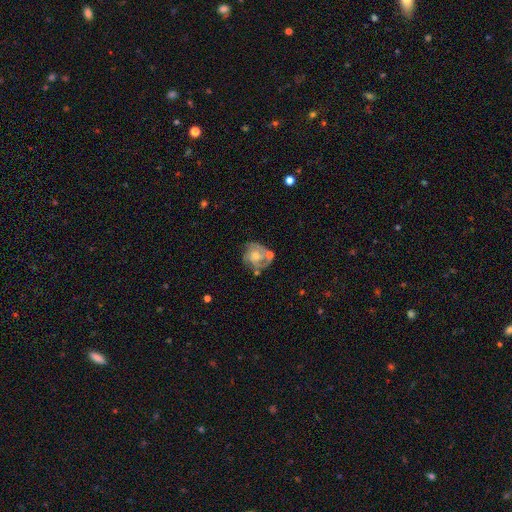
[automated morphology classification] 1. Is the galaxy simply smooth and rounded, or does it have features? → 74% featured or disk, 18% smooth, 7% star or artifact.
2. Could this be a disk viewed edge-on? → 98% no, 2% yes.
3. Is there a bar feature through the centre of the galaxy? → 73% no, 22% weak, 4% strong.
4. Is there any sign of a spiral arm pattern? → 86% yes, 14% no.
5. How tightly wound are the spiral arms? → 52% tight, 37% medium, 11% loose.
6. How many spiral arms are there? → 40% 2, 25% can't tell, 21% 3, 7% 1, 4% 4, 3% more than 4.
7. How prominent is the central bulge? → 52% moderate, 41% small, 3% large, 3% none, 1% dominant.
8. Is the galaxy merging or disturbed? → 57% none, 21% minor disturbance, 11% major disturbance, 11% merger.